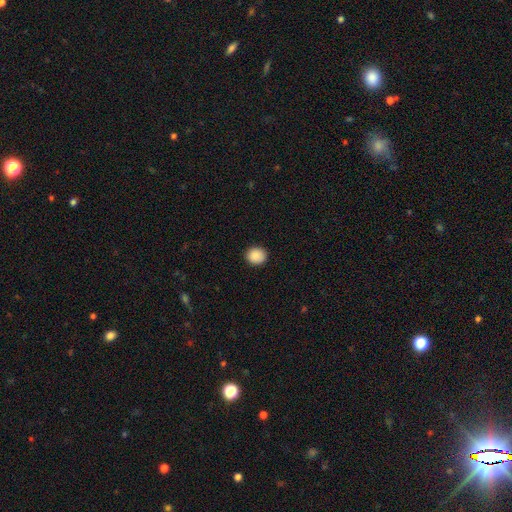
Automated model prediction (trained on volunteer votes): smooth 88%, star or artifact 8%, featured or disk 3%. Down the decision tree: how rounded — round (78%); merging — none (91%).